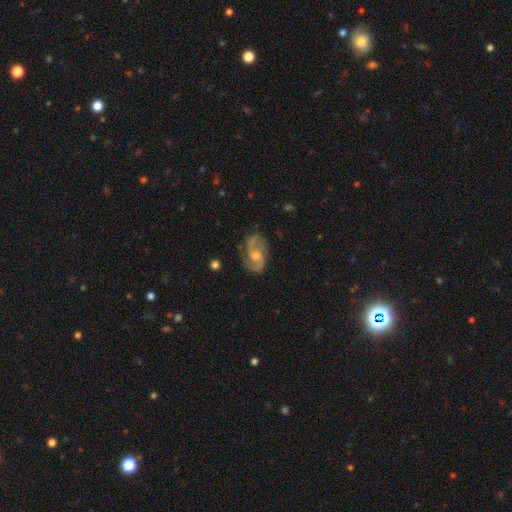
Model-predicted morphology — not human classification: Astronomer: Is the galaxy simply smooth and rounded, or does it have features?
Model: featured or disk — 85%.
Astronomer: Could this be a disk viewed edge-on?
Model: no — 97%.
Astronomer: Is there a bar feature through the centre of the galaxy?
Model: no — 54% (runner-up: weak, 39%).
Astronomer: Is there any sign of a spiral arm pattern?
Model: yes — 96%.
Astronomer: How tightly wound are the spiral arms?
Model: medium — 54%.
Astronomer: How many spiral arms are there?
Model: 2 — 89%.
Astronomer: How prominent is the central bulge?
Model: moderate — 58%.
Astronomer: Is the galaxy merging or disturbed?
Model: none — 77%.